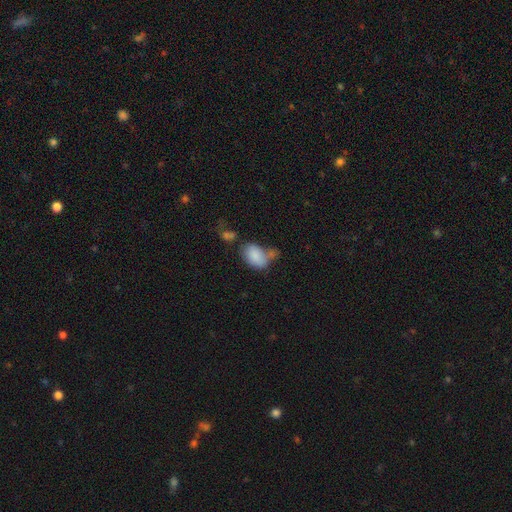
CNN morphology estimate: Smooth or featured? smooth (82%)
How rounded? in between (87%)
Merging? none (32%)